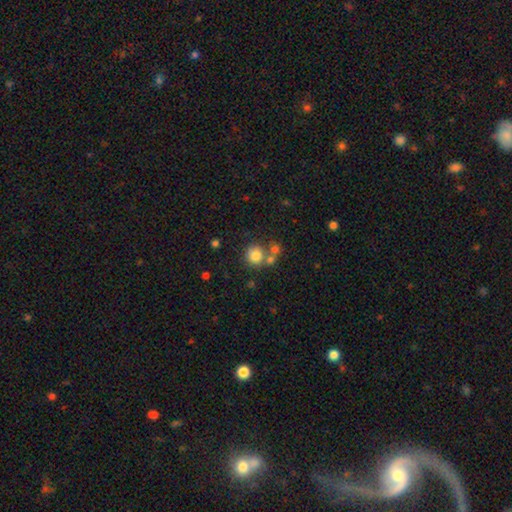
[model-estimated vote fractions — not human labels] Smooth or featured? smooth (79%)
How rounded? round (89%)
Merging? none (62%)